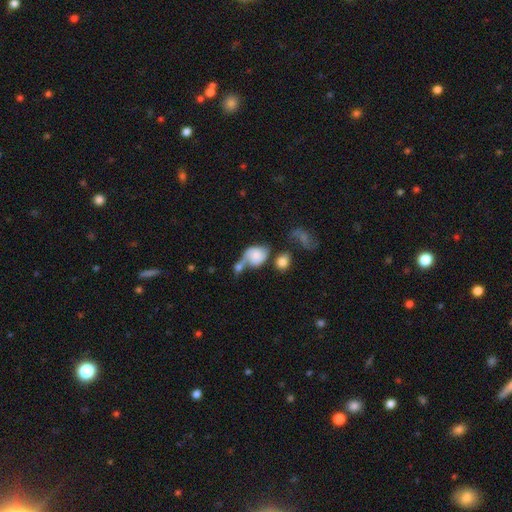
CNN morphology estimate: smooth-or-featured: smooth: 57% | featured or disk: 34% | star or artifact: 9%
  how-rounded: in between: 53% | round: 46% | cigar-shaped: 2%
  merging: merger: 46% | none: 22% | major disturbance: 17% | minor disturbance: 15%